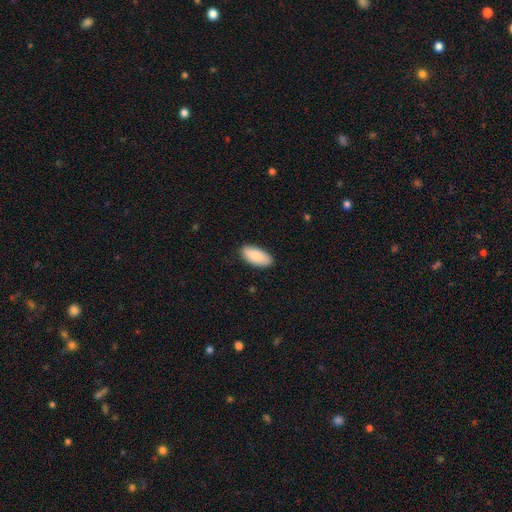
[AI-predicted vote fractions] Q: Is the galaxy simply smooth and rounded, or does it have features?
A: smooth — 87%.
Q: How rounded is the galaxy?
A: in between — 90%.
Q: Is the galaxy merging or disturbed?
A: none — 87%.